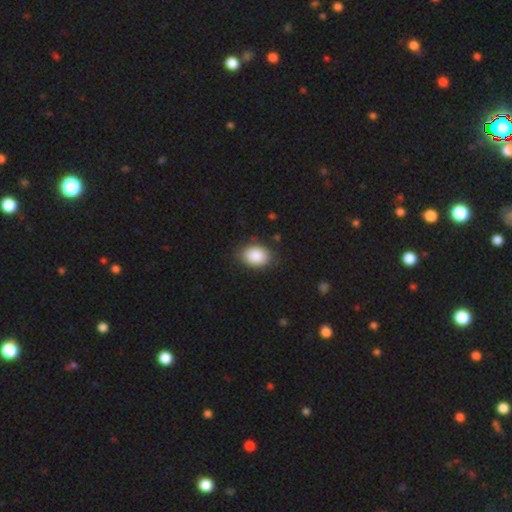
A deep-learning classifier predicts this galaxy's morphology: Smooth or featured: smooth — 88% (star or artifact — 7%)
How rounded: in between — 70% (round — 29%)
Merging: none — 82% (minor disturbance — 13%)